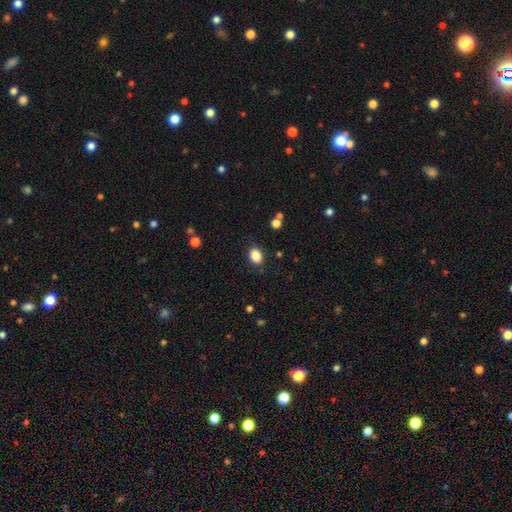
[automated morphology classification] A smooth galaxy with no disk features (85%) that is in between round and cigar-shaped (76%). Merging: none (84%).